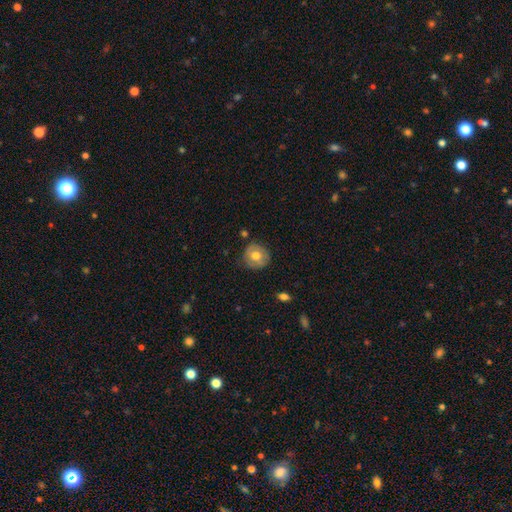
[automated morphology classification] The model was most divided on "smooth or featured": smooth: 62%, featured or disk: 31%, star or artifact: 7%. More confident: how rounded — round (88%); merging — none (79%).